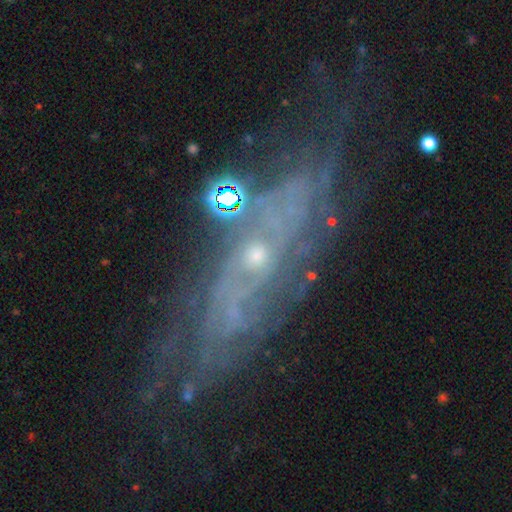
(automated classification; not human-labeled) Morphology: type=featured or disk (79%); edge-on=no (82%); bar=no (75%); spiral arms=yes (83%); winding=tight (56%); arm count=can't tell (54%); bulge=small (73%); merging=none (62%).